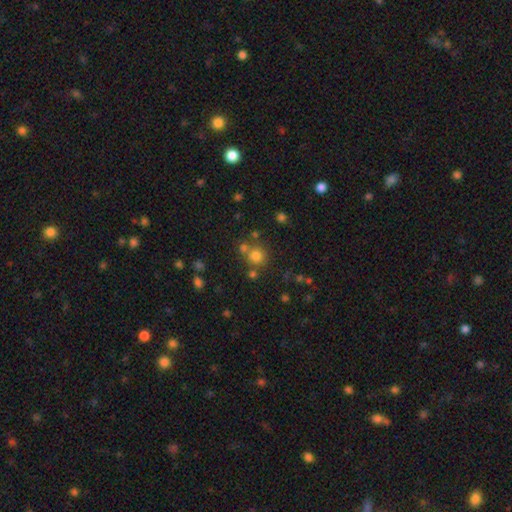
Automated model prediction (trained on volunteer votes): This is likely a smooth galaxy (73%). How rounded: clearly round (90%). Merging: likely none (67%).